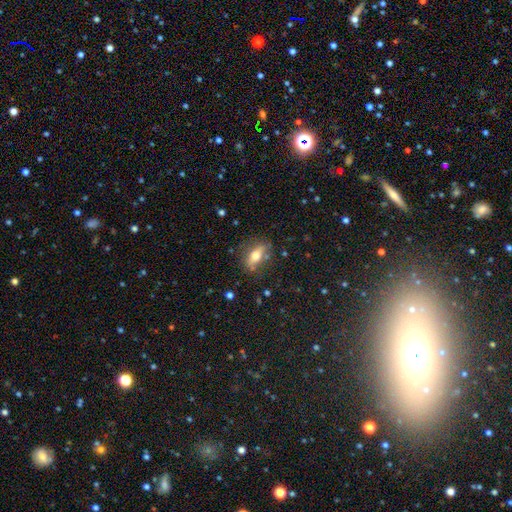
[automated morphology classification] A smooth galaxy with no disk features (55%) that is in between round and cigar-shaped (68%).

Vote fractions:
- Smooth or featured? smooth: 55% / featured or disk: 36% / star or artifact: 9%
- How rounded? in between: 68% / cigar-shaped: 23% / round: 9%
- Merging? none: 74% / minor disturbance: 17% / major disturbance: 6% / merger: 3%